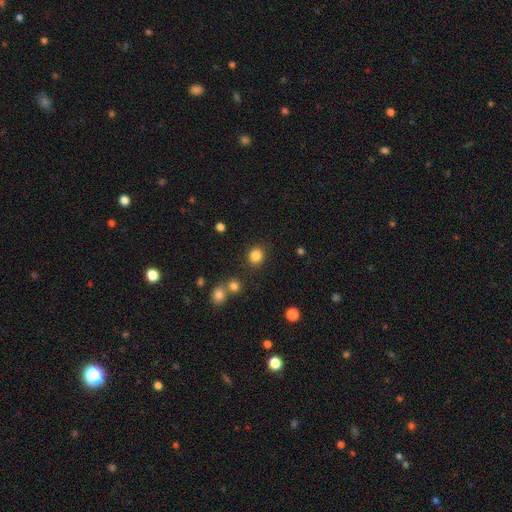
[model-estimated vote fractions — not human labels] This is clearly a smooth galaxy (84%). How rounded: clearly round (86%). Merging: clearly none (85%).